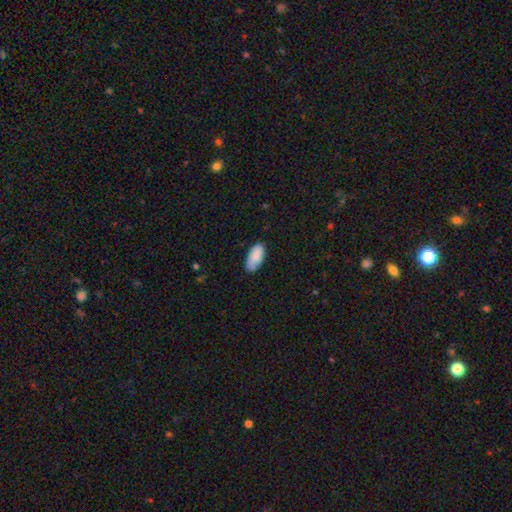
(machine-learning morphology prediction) Q: Smooth or featured?
A: smooth (86%); runner-up: featured or disk (8%)
Q: How rounded?
A: in between (91%); runner-up: cigar-shaped (7%)
Q: Merging?
A: none (74%); runner-up: minor disturbance (21%)